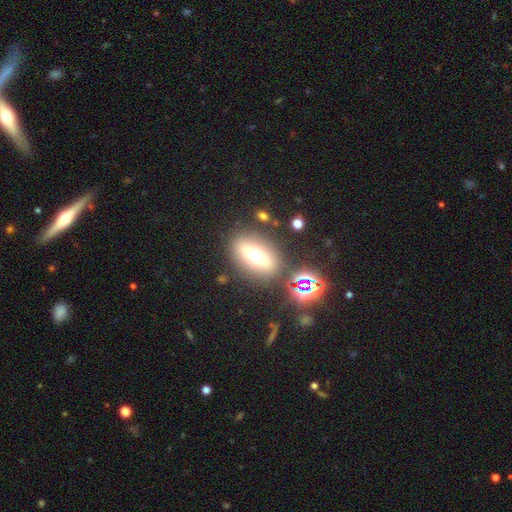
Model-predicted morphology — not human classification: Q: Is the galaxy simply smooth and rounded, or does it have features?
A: smooth — 48%.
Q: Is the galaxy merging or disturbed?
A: none — 81%.